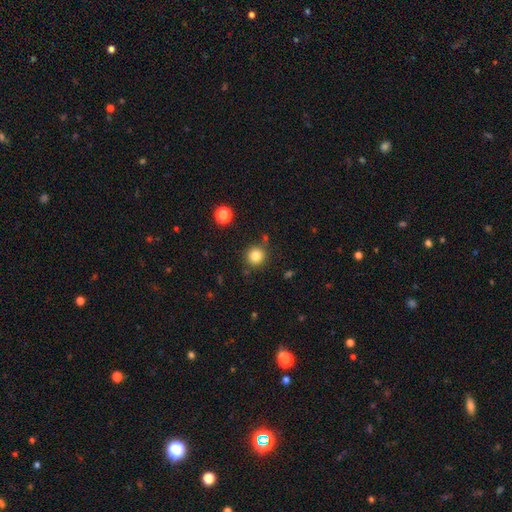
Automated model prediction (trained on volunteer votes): Morphology: type=smooth (83%); roundness=round (93%); merging=none (84%).